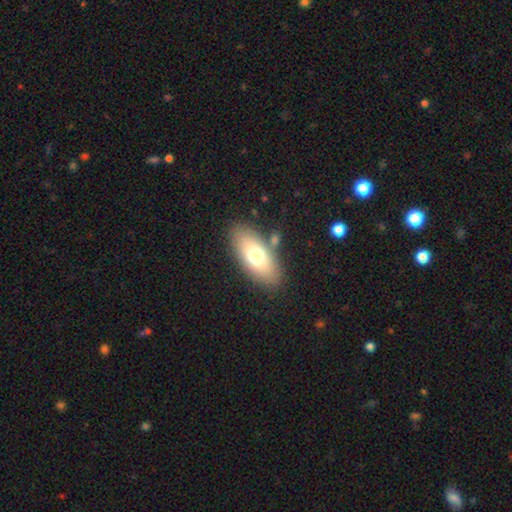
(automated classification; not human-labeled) This is likely a smooth galaxy (69%). How rounded: clearly in between (86%). Merging: likely none (79%).